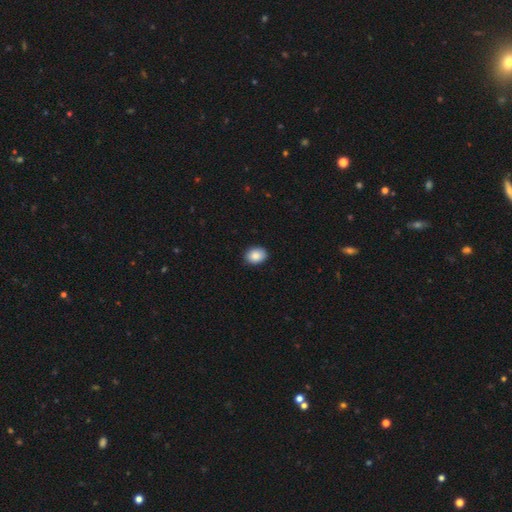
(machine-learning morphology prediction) A smooth galaxy with no disk features (88%) that is in between round and cigar-shaped (65%).

Vote fractions:
- Smooth or featured? smooth: 88% / star or artifact: 8% / featured or disk: 4%
- How rounded? in between: 65% / round: 34% / cigar-shaped: 1%
- Merging? none: 88% / minor disturbance: 9% / major disturbance: 2% / merger: 1%